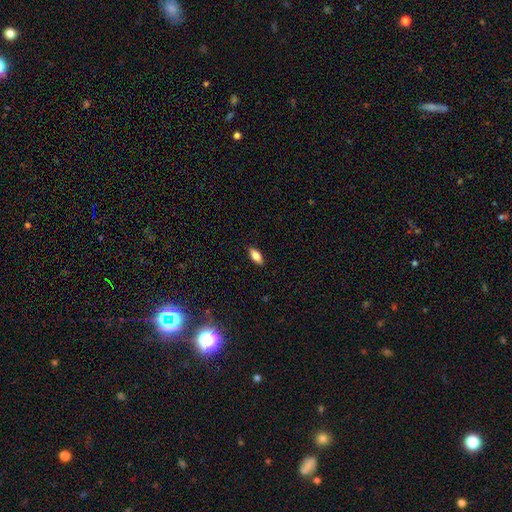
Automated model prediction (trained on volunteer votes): smooth-or-featured: smooth: 79% | featured or disk: 13% | star or artifact: 7%
  how-rounded: in between: 84% | cigar-shaped: 13% | round: 3%
  merging: none: 88% | minor disturbance: 9% | major disturbance: 2% | merger: 1%